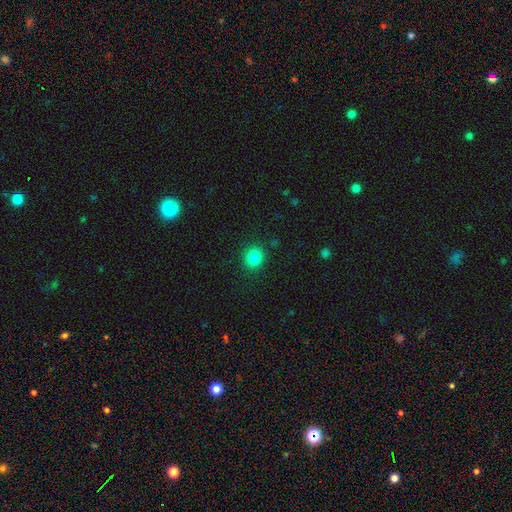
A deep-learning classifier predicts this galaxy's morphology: This is clearly a smooth galaxy (85%). How rounded: clearly round (82%). Merging: clearly none (89%).